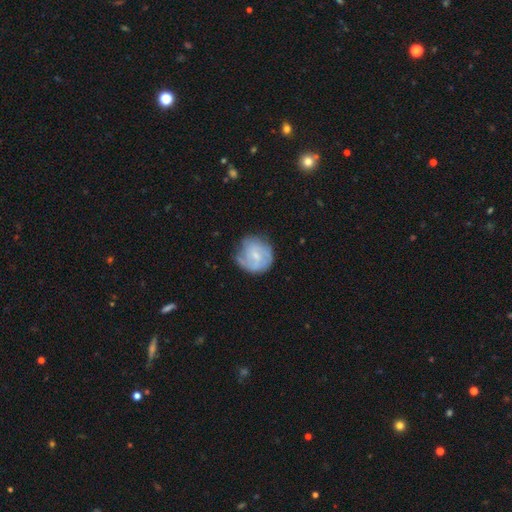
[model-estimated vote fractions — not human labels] Morphology: type=featured or disk (60%); edge-on=no (98%); bar=no (47%); spiral arms=yes (78%); bulge=small (56%); merging=none (62%).